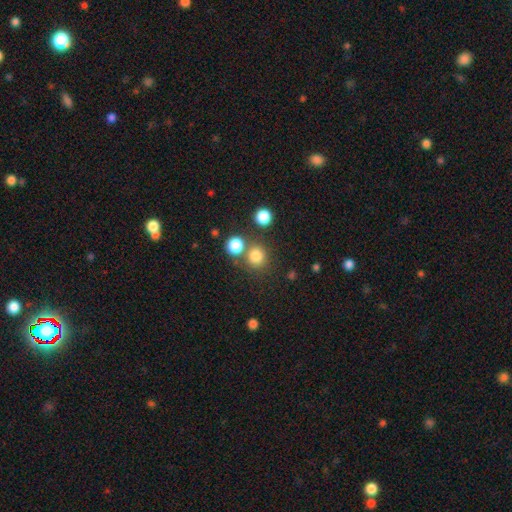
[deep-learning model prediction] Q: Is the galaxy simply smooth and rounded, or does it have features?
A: smooth — 79%.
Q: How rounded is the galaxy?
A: round — 87%.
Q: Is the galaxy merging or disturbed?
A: none — 69%.